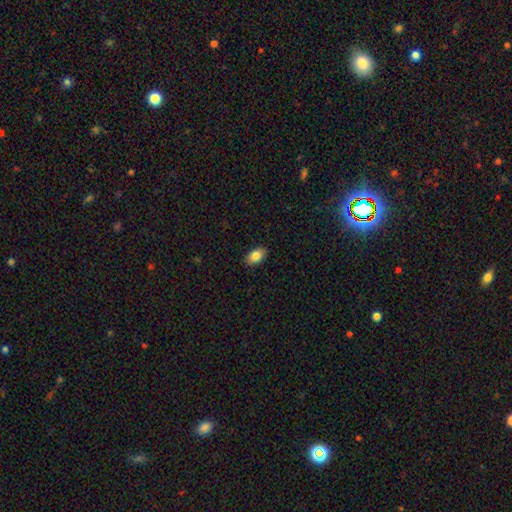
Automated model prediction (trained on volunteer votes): The model was most divided on "smooth or featured": smooth: 83%, featured or disk: 9%, star or artifact: 7%. More confident: how rounded — in between (91%); merging — none (89%).